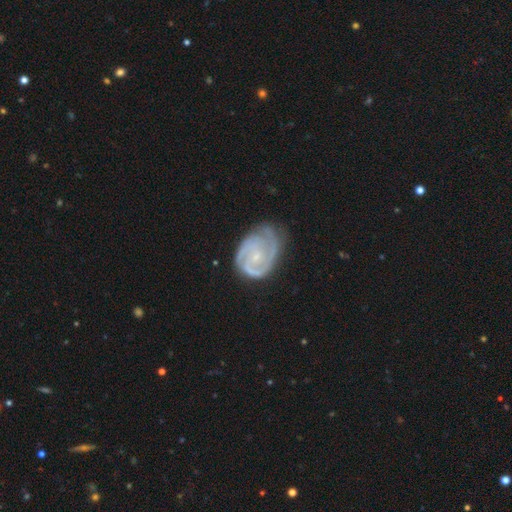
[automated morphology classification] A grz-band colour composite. It shows a featured or disk galaxy (85%) with no bar (67%), 2 (48%) tight (59%) spiral arms (95%) and a small central bulge (77%). Merging: none (52%).